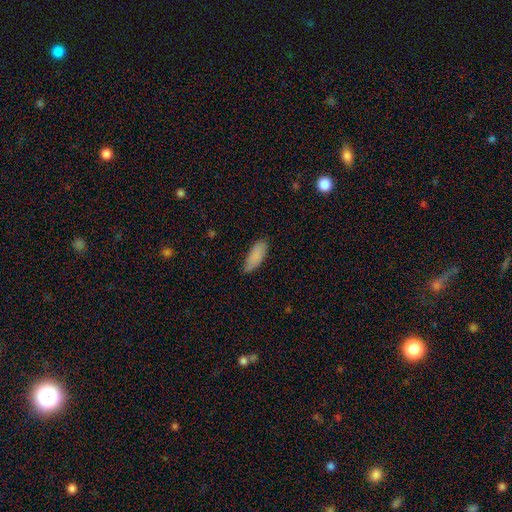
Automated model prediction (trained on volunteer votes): Q: Smooth or featured?
A: smooth (87%); runner-up: featured or disk (7%)
Q: How rounded?
A: in between (73%); runner-up: cigar-shaped (25%)
Q: Merging?
A: none (73%); runner-up: minor disturbance (22%)